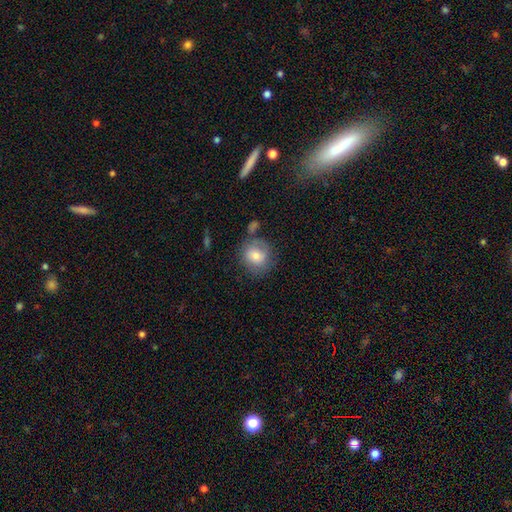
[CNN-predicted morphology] smooth-or-featured: smooth: 71% | featured or disk: 19% | star or artifact: 9%
  how-rounded: round: 81% | in between: 18% | cigar-shaped: 1%
  merging: none: 65% | minor disturbance: 19% | merger: 8% | major disturbance: 8%